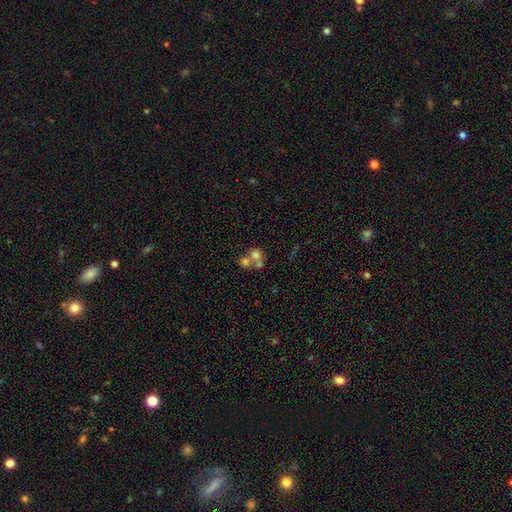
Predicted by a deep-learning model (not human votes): smooth_or_featured: smooth (p=0.64) [alt: featured or disk p=0.22]
how_rounded: round (p=0.80) [alt: in between p=0.19]
merging: merger (p=0.58) [alt: none p=0.32]